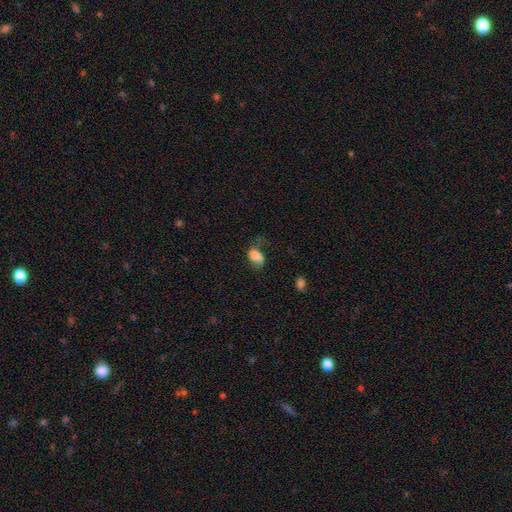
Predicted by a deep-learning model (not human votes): The model was most divided on "merging": major disturbance: 37%, none: 32%, minor disturbance: 26%, merger: 4%. More confident: how rounded — in between (85%); smooth or featured — smooth (65%).